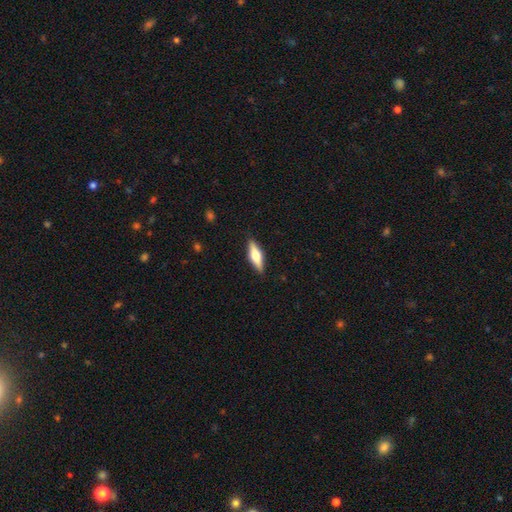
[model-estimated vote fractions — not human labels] Overall: featured or disk (52%; smooth 42%). Edge-on disk: yes (94%). Merging: none (89%).